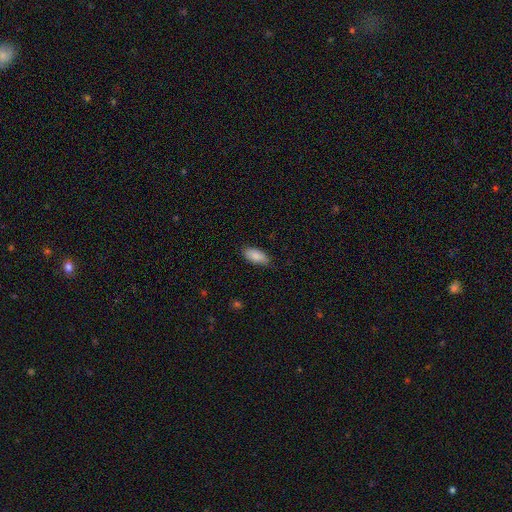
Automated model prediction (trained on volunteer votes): This appears to be a smooth galaxy with no disk features (88%) that is in between round and cigar-shaped (90%). Merging: none (83%).